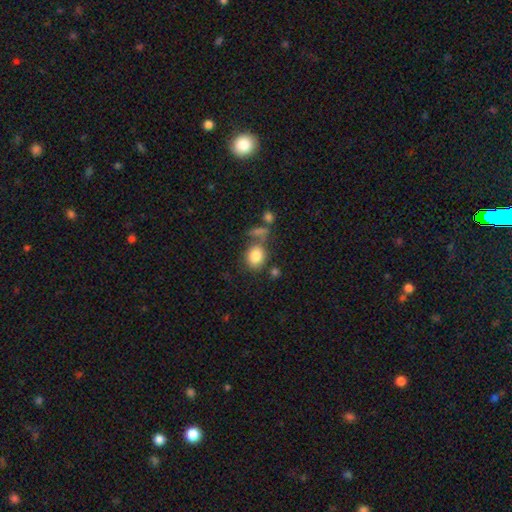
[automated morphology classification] Smooth or featured? Predicted: smooth (p=0.83). How rounded? Predicted: round (p=0.56). Merging? Predicted: none (p=0.60).